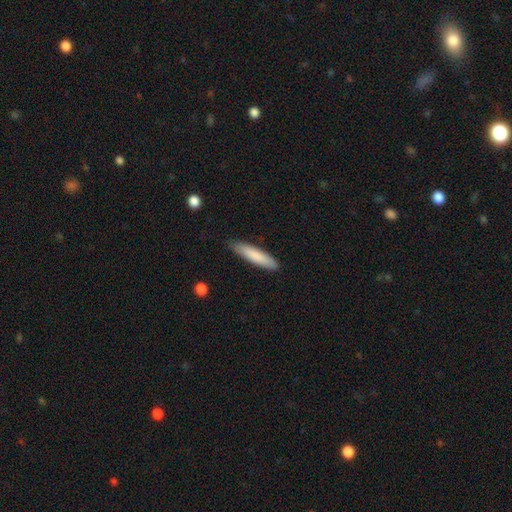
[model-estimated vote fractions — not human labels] This is clearly a smooth galaxy (83%). How rounded: clearly cigar-shaped (83%). Merging: clearly none (86%).